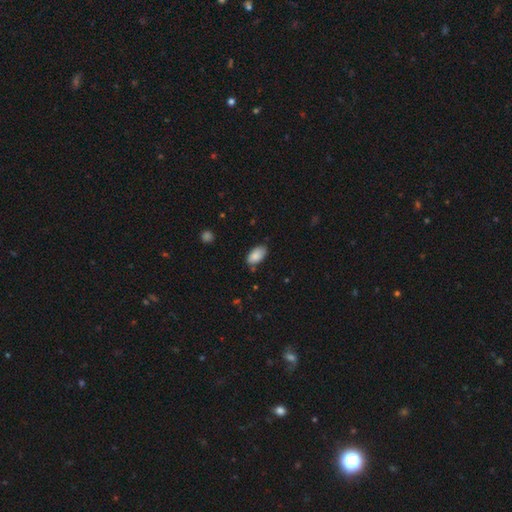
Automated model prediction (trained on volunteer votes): smooth-or-featured: smooth: 87% | star or artifact: 7% | featured or disk: 6%
  how-rounded: in between: 94% | round: 3% | cigar-shaped: 2%
  merging: none: 74% | minor disturbance: 20% | major disturbance: 3% | merger: 2%